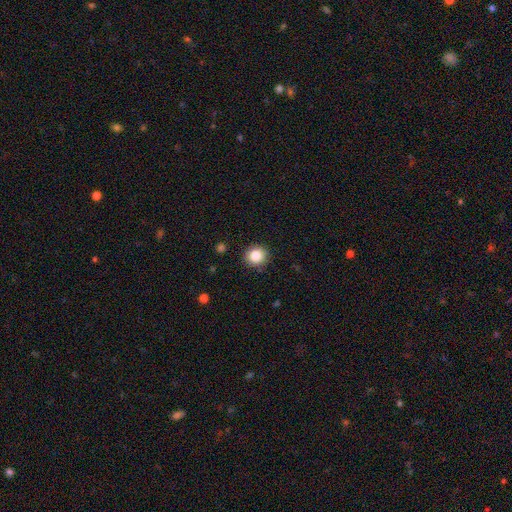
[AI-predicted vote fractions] Smooth or featured?
  - smooth: 85% *
  - star or artifact: 10%
  - featured or disk: 5%
How rounded?
  - round: 89% *
  - in between: 10%
  - cigar-shaped: 1%
Merging?
  - none: 91% *
  - minor disturbance: 6%
  - major disturbance: 2%
  - merger: 1%